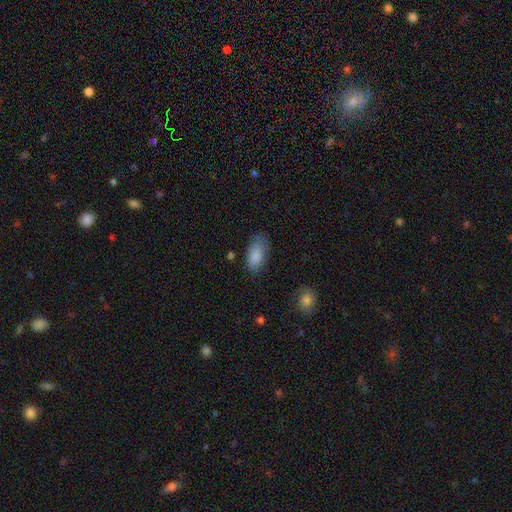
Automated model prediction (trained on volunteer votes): Overall: smooth (85%). How rounded: in between (93%). Merging: none (69%).